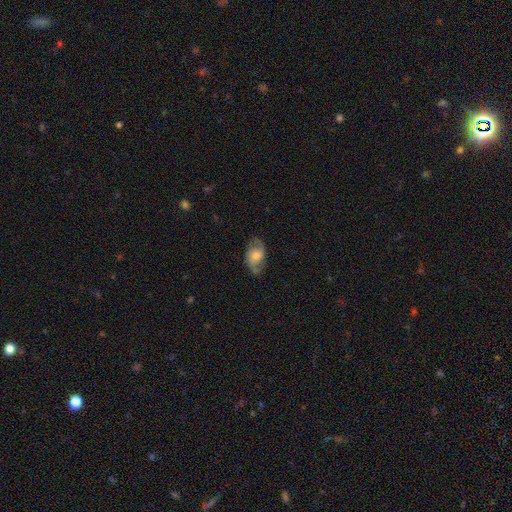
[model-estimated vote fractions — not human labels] Smooth or featured? Predicted: featured or disk (p=0.54). Edge-on disk? Predicted: no (p=0.94). Bar? Predicted: no (p=0.65). Spiral arms? Predicted: yes (p=0.81). Bulge size? Predicted: moderate (p=0.52). Merging? Predicted: none (p=0.68).